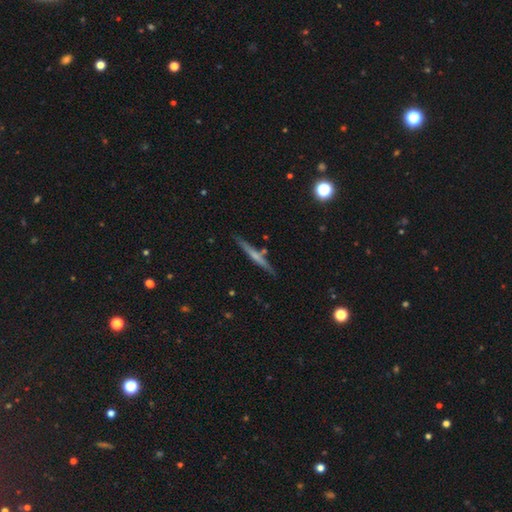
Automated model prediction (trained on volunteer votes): A featured or disk galaxy (50%).

Vote fractions:
- Smooth or featured? featured or disk: 50% / smooth: 44% / star or artifact: 6%
- Merging? none: 83% / minor disturbance: 10% / merger: 5% / major disturbance: 2%